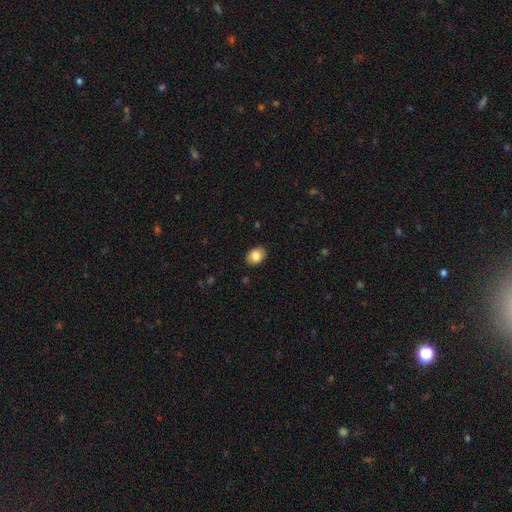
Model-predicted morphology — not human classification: This is clearly a smooth galaxy (83%). How rounded: likely in between (72%). Merging: clearly none (88%).